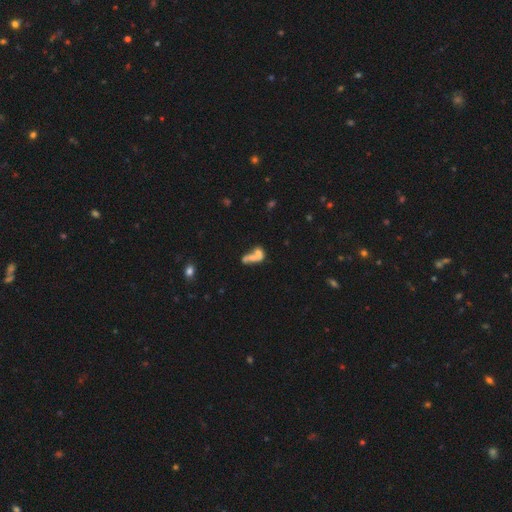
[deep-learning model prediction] The model was most divided on "smooth or featured": smooth: 50%, featured or disk: 36%, star or artifact: 14%. More confident: merging — merger (60%).